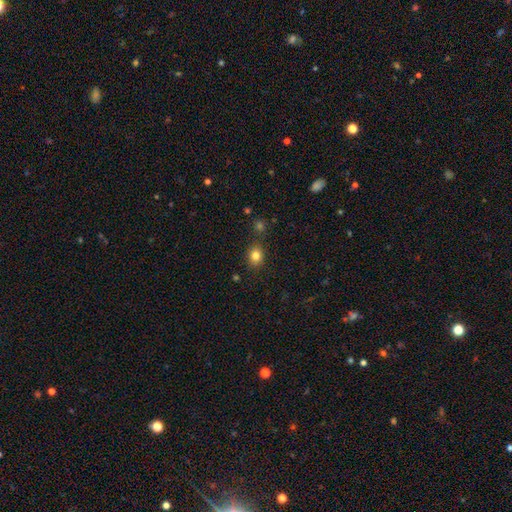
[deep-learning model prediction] smooth_or_featured: smooth (p=0.81) [alt: star or artifact p=0.12]
how_rounded: round (p=0.66) [alt: in between p=0.33]
merging: none (p=0.81) [alt: minor disturbance p=0.11]